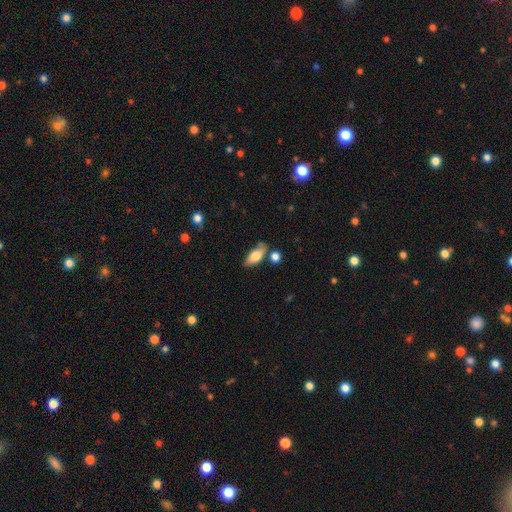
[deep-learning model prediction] smooth-or-featured: smooth: 69% | featured or disk: 24% | star or artifact: 7%
  how-rounded: in between: 84% | cigar-shaped: 12% | round: 4%
  merging: none: 61% | minor disturbance: 22% | merger: 11% | major disturbance: 6%